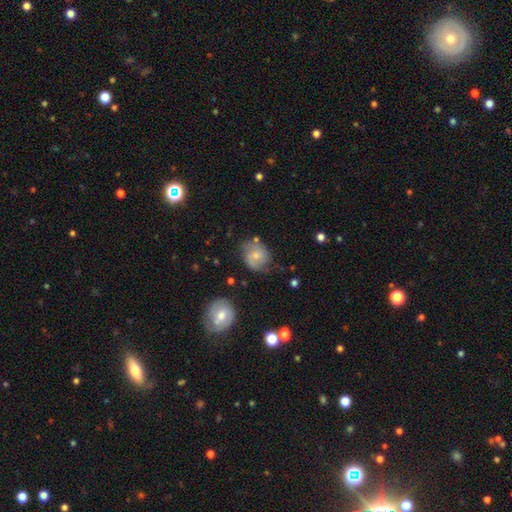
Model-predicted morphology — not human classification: type=smooth (58%); roundness=round (70%); merging=none (62%).